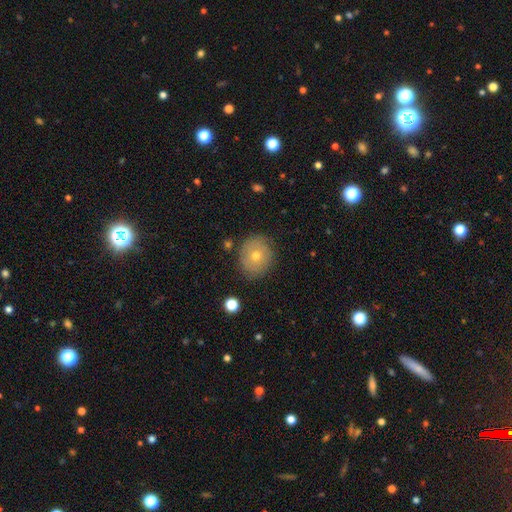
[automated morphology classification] smooth-or-featured: smooth: 56% | featured or disk: 31% | star or artifact: 13%
  how-rounded: round: 77% | in between: 22% | cigar-shaped: 1%
  merging: none: 84% | minor disturbance: 11% | major disturbance: 3% | merger: 2%